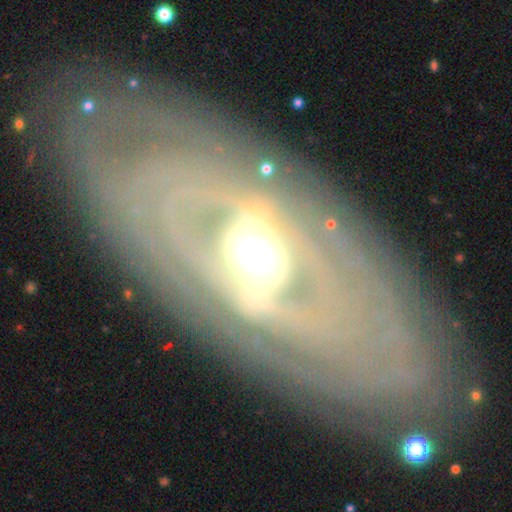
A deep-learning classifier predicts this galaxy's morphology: featured or disk 83%, smooth 10%, star or artifact 8%. Down the decision tree: edge-on disk — no (91%); bar — strong (41%); spiral arms — yes (70%); spiral arm count — 2 (40%); spiral winding — tight (51%); bulge size — moderate (52%); merging — none (61%).